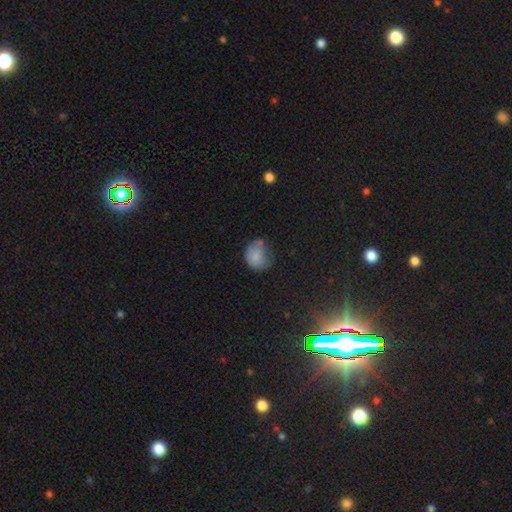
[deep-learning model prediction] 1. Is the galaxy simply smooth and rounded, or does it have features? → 76% smooth, 14% featured or disk, 10% star or artifact.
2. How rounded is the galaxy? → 64% round, 35% in between, 1% cigar-shaped.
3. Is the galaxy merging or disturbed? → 42% none, 36% minor disturbance, 16% major disturbance, 6% merger.